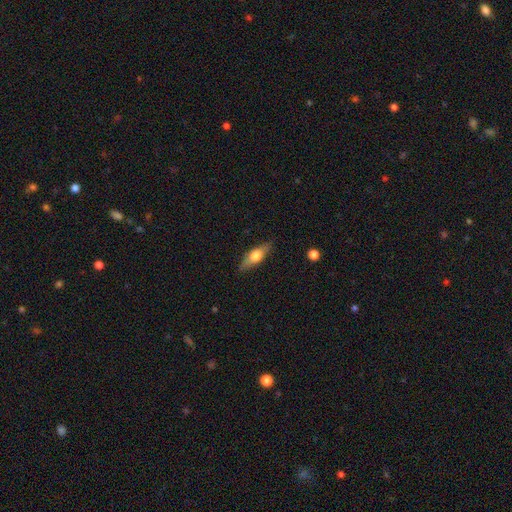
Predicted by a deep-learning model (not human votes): Morphology: type=smooth (50%); roundness=in between (49%); merging=none (85%).